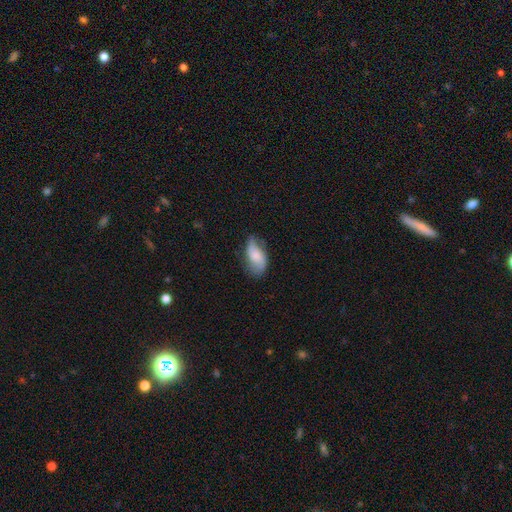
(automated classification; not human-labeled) smooth 59%, featured or disk 34%, star or artifact 8%. Down the decision tree: how rounded — in between (92%); merging — none (56%).